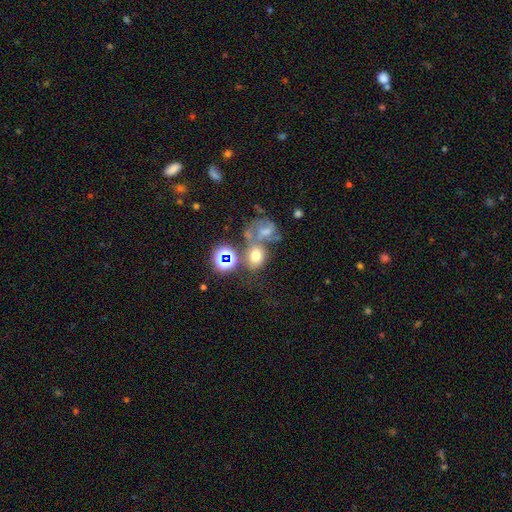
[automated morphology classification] Overall: smooth (58%; star or artifact 22%). How rounded: round (49%, tied with in between). Merging: none (38%; merger 37%).